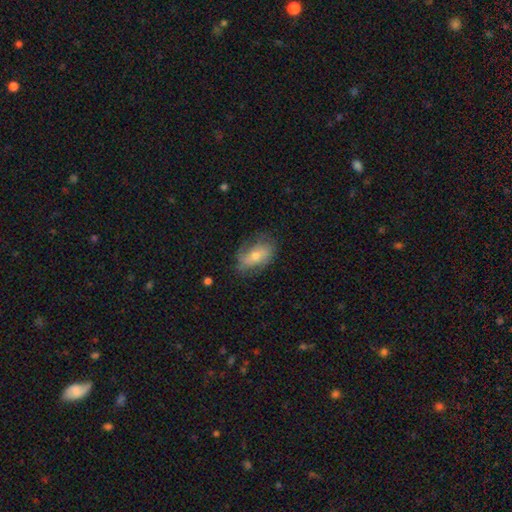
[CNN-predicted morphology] type=smooth (58%); roundness=in between (86%); merging=none (63%).